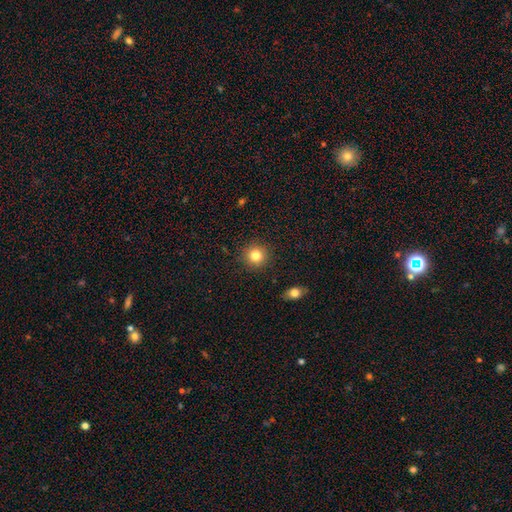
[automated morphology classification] smooth_or_featured: smooth (p=0.82) [alt: star or artifact p=0.11]
how_rounded: round (p=0.93) [alt: in between p=0.06]
merging: none (p=0.91) [alt: minor disturbance p=0.06]